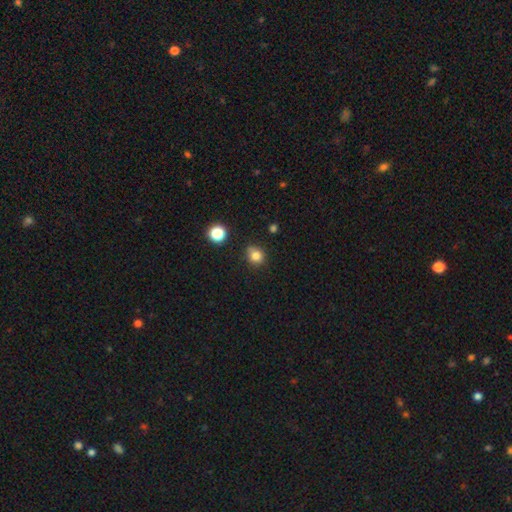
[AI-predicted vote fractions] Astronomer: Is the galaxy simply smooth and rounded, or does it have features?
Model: smooth — 81%.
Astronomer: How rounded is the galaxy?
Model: round — 78%.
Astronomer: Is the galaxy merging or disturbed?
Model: none — 74%.